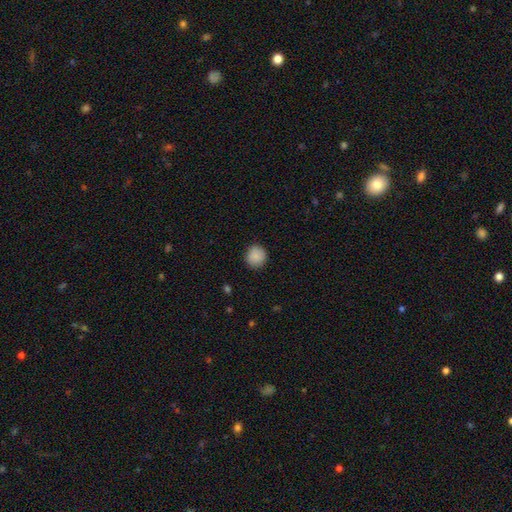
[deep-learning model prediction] Q: Smooth or featured?
A: smooth (89%); runner-up: star or artifact (8%)
Q: How rounded?
A: round (91%); runner-up: in between (8%)
Q: Merging?
A: none (89%); runner-up: minor disturbance (7%)